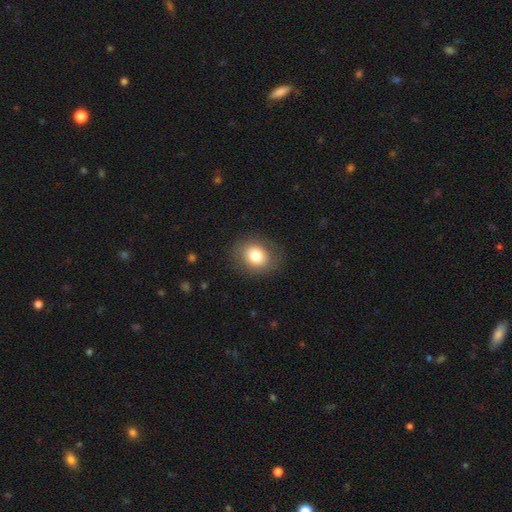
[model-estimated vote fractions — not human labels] smooth 79%, featured or disk 12%, star or artifact 9%. Down the decision tree: how rounded — round (55%); merging — none (84%).